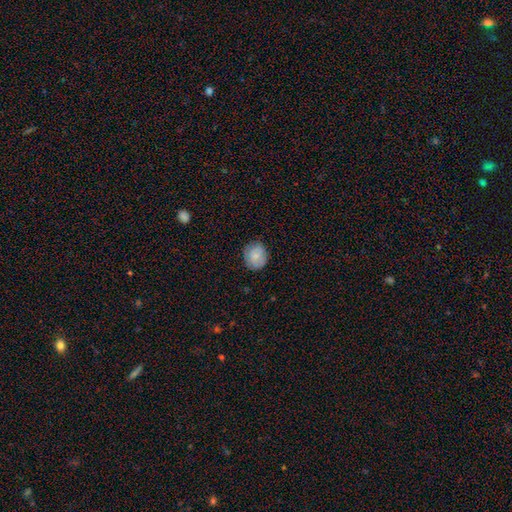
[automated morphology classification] Smooth or featured: smooth — 80% (featured or disk — 13%)
How rounded: round — 71% (in between — 28%)
Merging: none — 79% (minor disturbance — 16%)